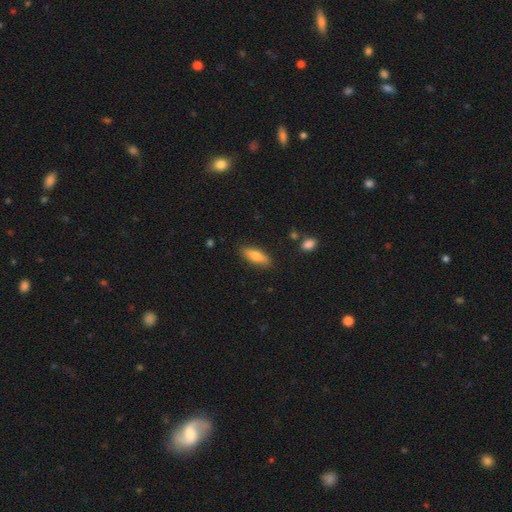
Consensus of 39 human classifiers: Smooth or featured? smooth (67%)
How rounded? cigar-shaped (54%)
Merging? none (89%)